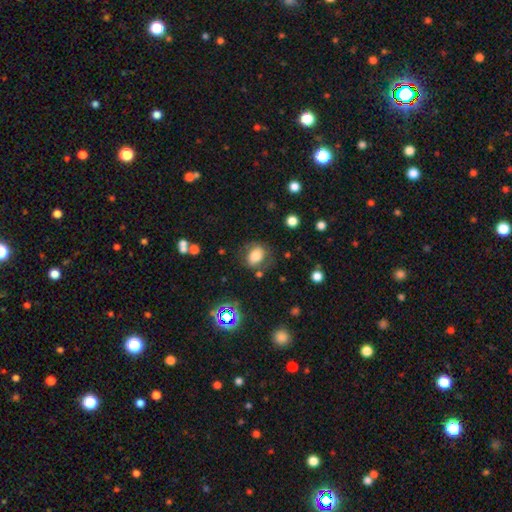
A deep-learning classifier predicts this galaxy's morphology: This appears to be a smooth galaxy with no disk features (71%) that is in between round and cigar-shaped (54%). Merging: none (69%).